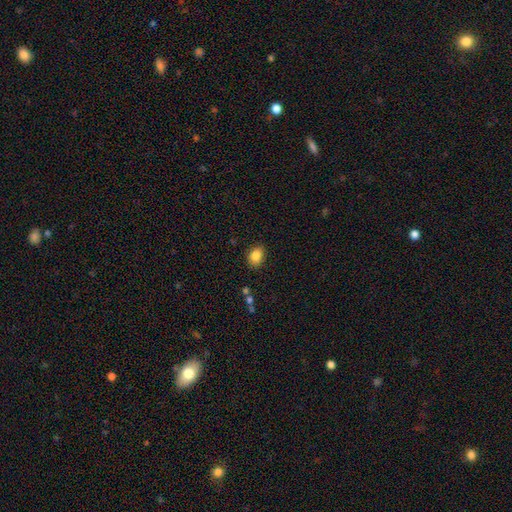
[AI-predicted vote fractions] Q: Smooth or featured?
A: smooth (86%); runner-up: star or artifact (9%)
Q: How rounded?
A: in between (69%); runner-up: round (30%)
Q: Merging?
A: none (85%); runner-up: minor disturbance (11%)